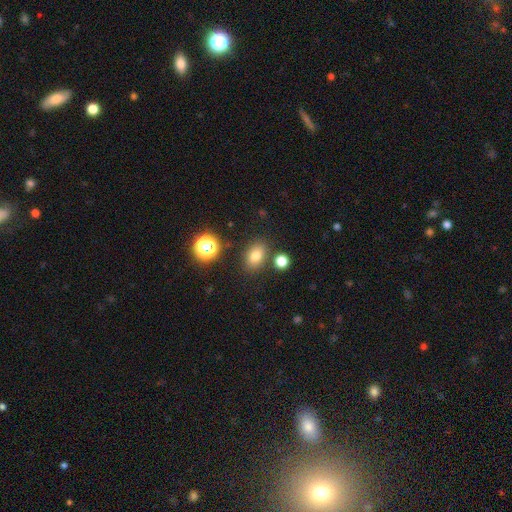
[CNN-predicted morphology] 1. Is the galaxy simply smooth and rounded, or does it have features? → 76% smooth, 15% star or artifact, 9% featured or disk.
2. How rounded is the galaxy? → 72% in between, 27% round, 1% cigar-shaped.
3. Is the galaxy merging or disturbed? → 81% none, 11% minor disturbance, 6% merger, 3% major disturbance.